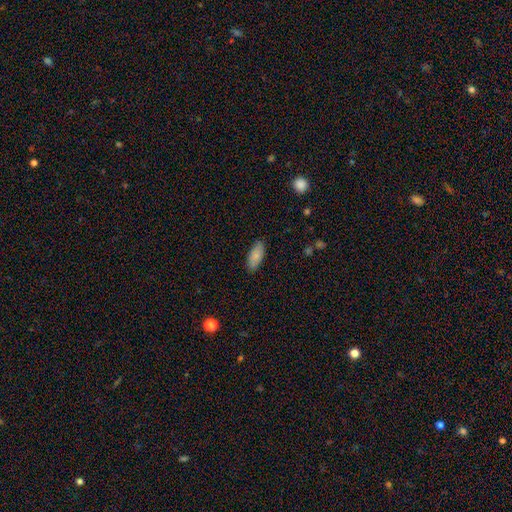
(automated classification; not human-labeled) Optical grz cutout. It shows a smooth galaxy with no disk features (86%) that is in between round and cigar-shaped (84%). Merging: none (86%).